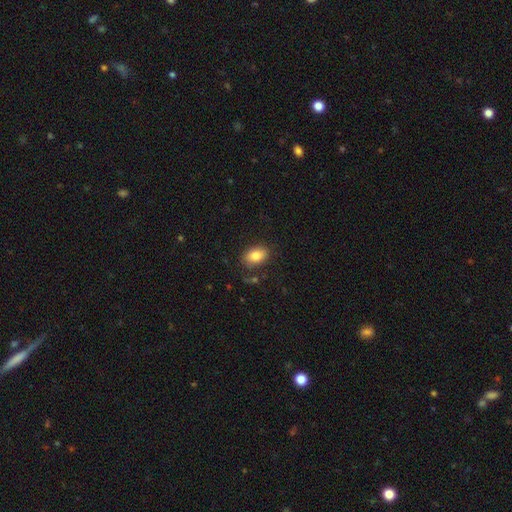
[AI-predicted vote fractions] This is clearly a smooth galaxy (83%). How rounded: clearly in between (87%). Merging: clearly none (80%).